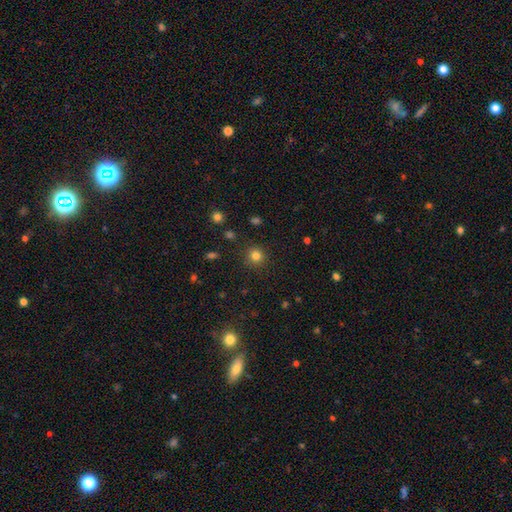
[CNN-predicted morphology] Smooth or featured?
  - smooth: 81% *
  - star or artifact: 14%
  - featured or disk: 5%
How rounded?
  - round: 93% *
  - in between: 6%
  - cigar-shaped: 1%
Merging?
  - none: 89% *
  - minor disturbance: 7%
  - major disturbance: 2%
  - merger: 2%